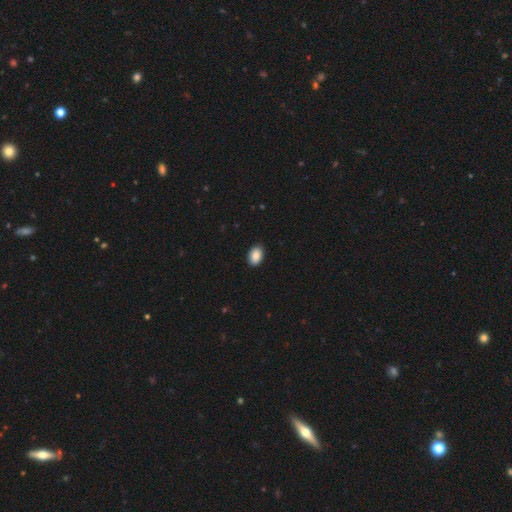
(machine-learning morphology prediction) This is clearly a smooth galaxy (89%). How rounded: clearly in between (90%). Merging: clearly none (89%).